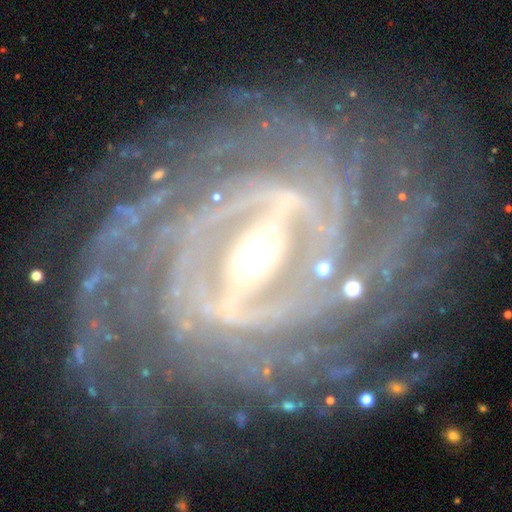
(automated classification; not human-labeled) Q: Smooth or featured?
A: featured or disk (91%); runner-up: star or artifact (5%)
Q: Edge-on disk?
A: no (95%); runner-up: yes (5%)
Q: Bar?
A: strong (73%); runner-up: weak (21%)
Q: Spiral arms?
A: yes (98%); runner-up: no (2%)
Q: Spiral winding?
A: tight (84%); runner-up: medium (13%)
Q: Spiral arm count?
A: more than 4 (27%); runner-up: 4 (25%)
Q: Bulge size?
A: moderate (55%); runner-up: small (35%)
Q: Merging?
A: none (78%); runner-up: minor disturbance (12%)